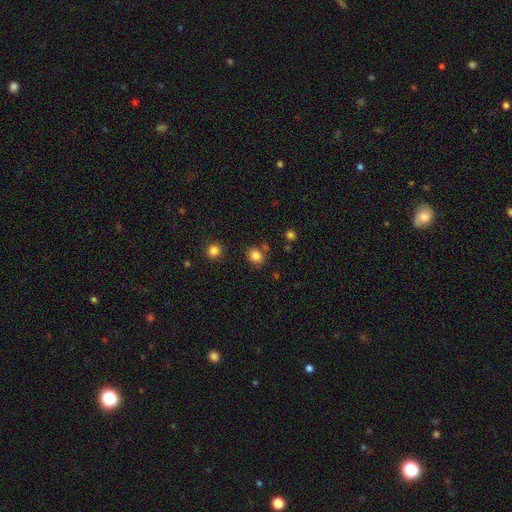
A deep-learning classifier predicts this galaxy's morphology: smooth-or-featured: smooth: 83% | star or artifact: 12% | featured or disk: 5%
  how-rounded: round: 62% | in between: 37% | cigar-shaped: 1%
  merging: none: 78% | minor disturbance: 11% | merger: 7% | major disturbance: 4%